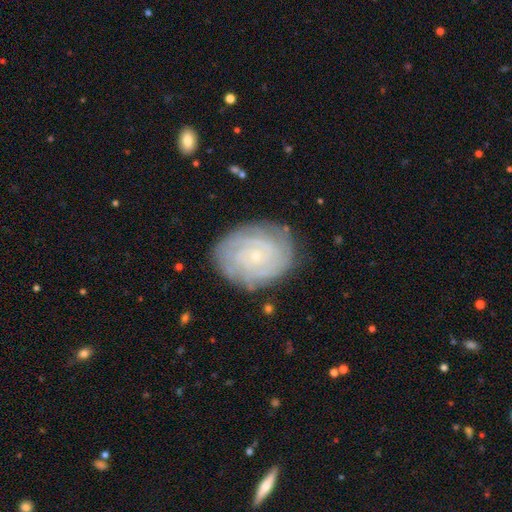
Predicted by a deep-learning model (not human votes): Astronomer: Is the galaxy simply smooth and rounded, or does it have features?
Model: featured or disk — 75%.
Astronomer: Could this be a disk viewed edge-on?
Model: no — 97%.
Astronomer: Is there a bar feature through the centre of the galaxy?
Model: no — 79%.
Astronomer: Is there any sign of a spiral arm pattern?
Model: yes — 92%.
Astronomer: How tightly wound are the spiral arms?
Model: tight — 81%.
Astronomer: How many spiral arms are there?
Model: can't tell — 44%.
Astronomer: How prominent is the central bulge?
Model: small — 85%.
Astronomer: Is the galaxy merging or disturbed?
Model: none — 80%.